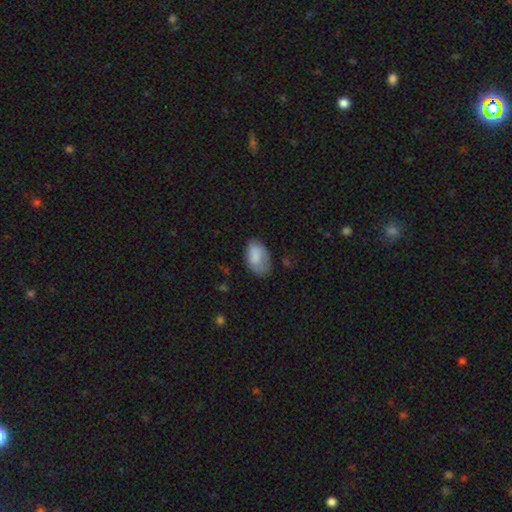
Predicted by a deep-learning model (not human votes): A smooth galaxy with no disk features (79%) that is in between round and cigar-shaped (92%). Merging: none (56%).